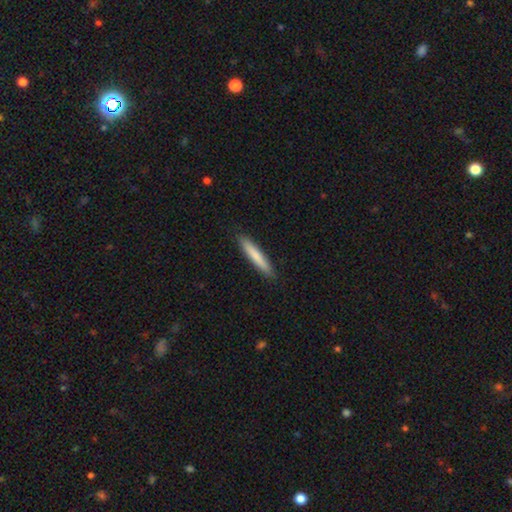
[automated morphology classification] A smooth galaxy with no disk features (78%) that is cigar-shaped (94%). Merging: none (91%).